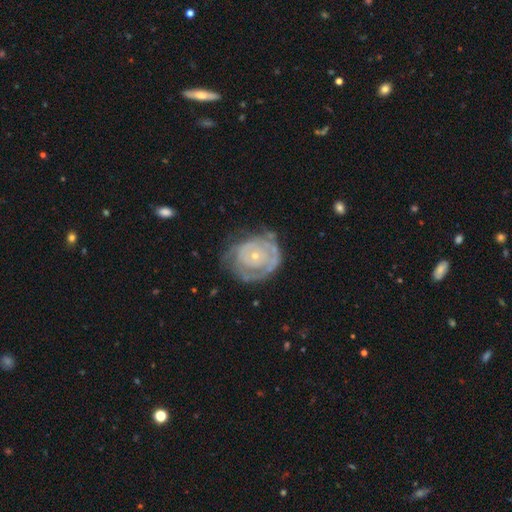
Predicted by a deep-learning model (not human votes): Morphology: type=featured or disk (76%); edge-on=no (97%); bar=no (84%); spiral arms=yes (75%); winding=tight (76%); arm count=can't tell (47%); bulge=small (77%); merging=none (59%).